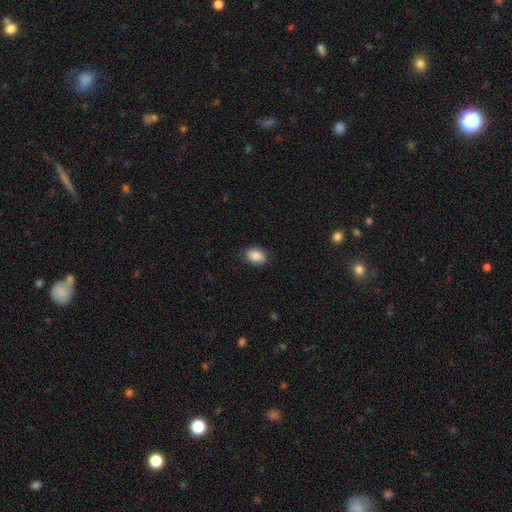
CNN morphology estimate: Smooth or featured?
  - smooth: 88% *
  - star or artifact: 7%
  - featured or disk: 4%
How rounded?
  - in between: 84% *
  - round: 15%
  - cigar-shaped: 1%
Merging?
  - none: 85% *
  - minor disturbance: 12%
  - major disturbance: 3%
  - merger: 1%